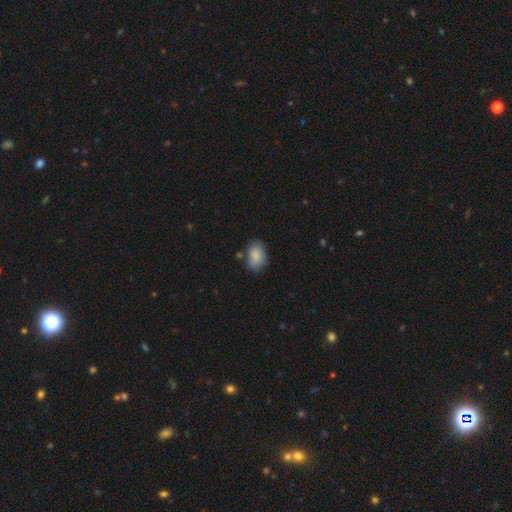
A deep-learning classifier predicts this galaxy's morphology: Smooth or featured?
  - smooth: 85% *
  - featured or disk: 8%
  - star or artifact: 7%
How rounded?
  - in between: 83% *
  - round: 16%
  - cigar-shaped: 1%
Merging?
  - none: 67% *
  - minor disturbance: 22%
  - major disturbance: 5%
  - merger: 5%